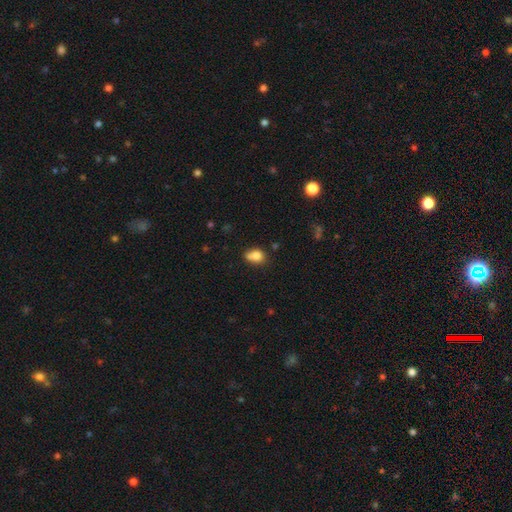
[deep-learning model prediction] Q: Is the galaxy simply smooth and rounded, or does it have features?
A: smooth — 77%.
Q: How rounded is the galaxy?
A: round — 51%.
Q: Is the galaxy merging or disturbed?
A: none — 43%.